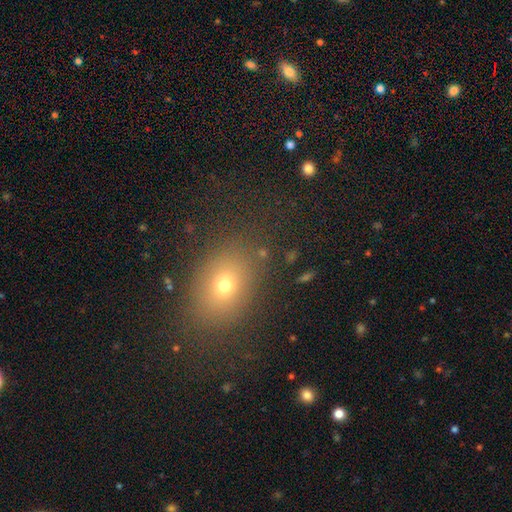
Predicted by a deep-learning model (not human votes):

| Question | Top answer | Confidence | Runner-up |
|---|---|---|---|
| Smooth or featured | smooth | 66% | star or artifact (21%) |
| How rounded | in between | 62% | round (37%) |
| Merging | none | 81% | minor disturbance (11%) |